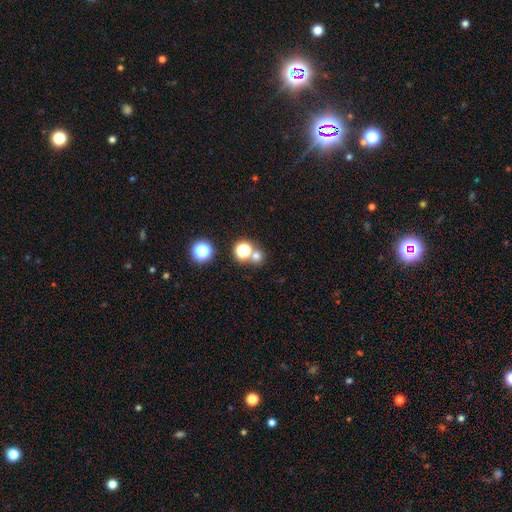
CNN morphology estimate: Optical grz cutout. It shows a smooth galaxy with no disk features (66%) that is round (89%). Merging: none (63%).